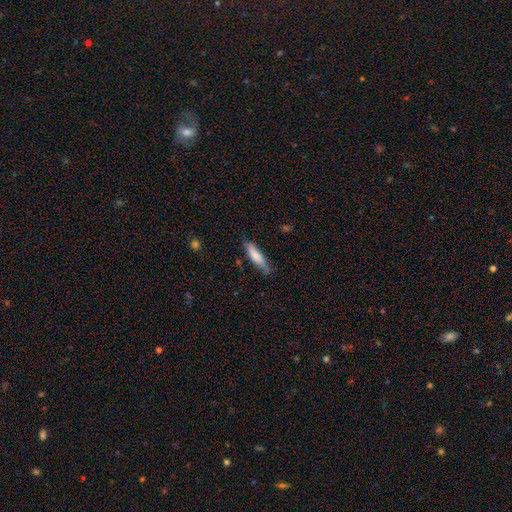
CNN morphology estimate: Smooth or featured?
  - smooth: 77% *
  - featured or disk: 17%
  - star or artifact: 6%
How rounded?
  - cigar-shaped: 74% *
  - in between: 25%
  - round: 1%
Merging?
  - none: 70% *
  - minor disturbance: 23%
  - major disturbance: 4%
  - merger: 2%